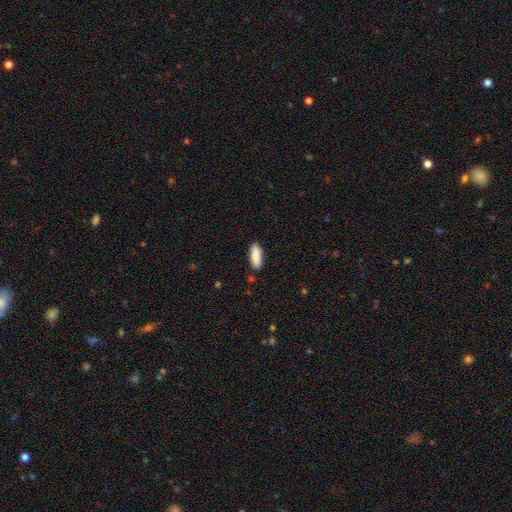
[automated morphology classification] smooth_or_featured: smooth (p=0.89) [alt: star or artifact p=0.06]
how_rounded: in between (p=0.65) [alt: cigar-shaped p=0.34]
merging: none (p=0.87) [alt: minor disturbance p=0.10]